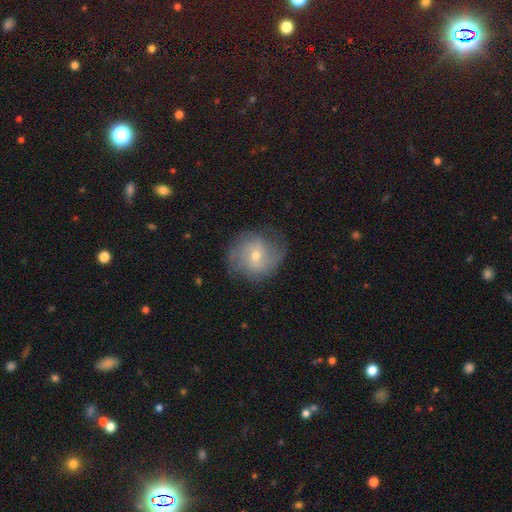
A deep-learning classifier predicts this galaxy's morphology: smooth-or-featured: featured or disk: 65% | smooth: 26% | star or artifact: 9%
  disk-edge-on: no: 97% | yes: 3%
    bar: no: 50% | weak: 39% | strong: 10%
    has-spiral-arms: yes: 84% | no: 16%
      spiral-winding: medium: 40% | tight: 37% | loose: 23%
      spiral-arm-count: 2: 49% | can't tell: 29% | 3: 10% | 1: 4% | 4: 4% | more than 4: 3%
    bulge-size: small: 55% | moderate: 41% | large: 2% | none: 1% | dominant: 1%
  merging: none: 73% | minor disturbance: 18% | major disturbance: 8% | merger: 1%